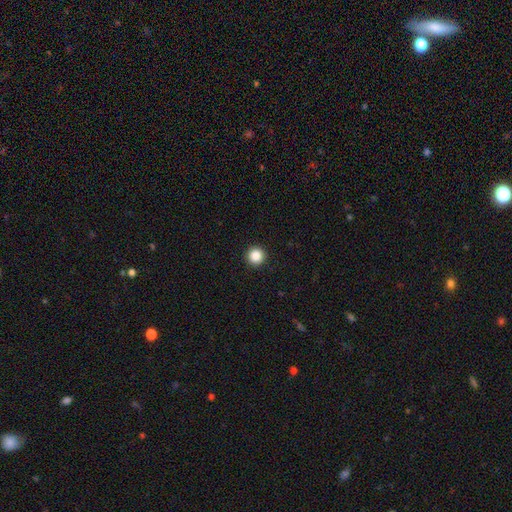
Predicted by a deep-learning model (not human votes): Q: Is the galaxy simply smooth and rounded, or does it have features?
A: smooth — 86%.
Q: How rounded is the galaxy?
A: round — 96%.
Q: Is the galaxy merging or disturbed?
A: none — 94%.